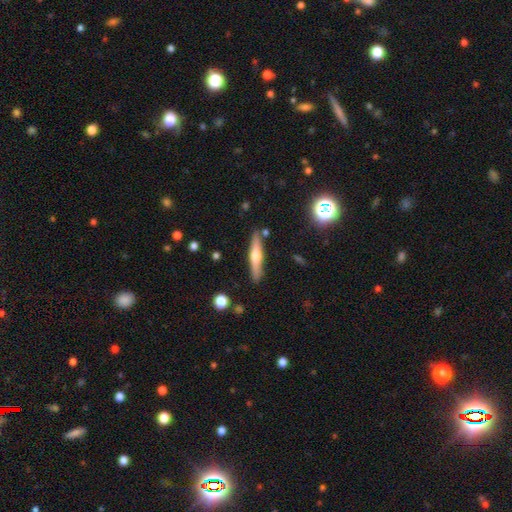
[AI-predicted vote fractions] Smooth or featured?
  - featured or disk: 54% *
  - smooth: 40%
  - star or artifact: 6%
Edge-on disk?
  - yes: 95% *
  - no: 5%
Edge-on bulge?
  - rounded: 87% *
  - none: 7%
  - boxy: 7%
Merging?
  - none: 86% *
  - minor disturbance: 9%
  - merger: 3%
  - major disturbance: 2%